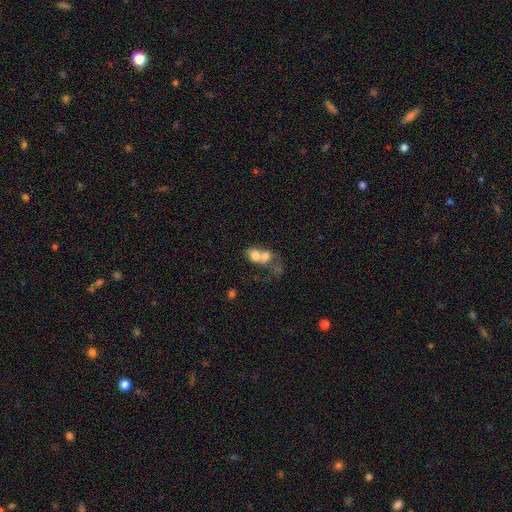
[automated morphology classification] smooth 65%, featured or disk 24%, star or artifact 10%. Down the decision tree: how rounded — in between (61%); merging — merger (72%).